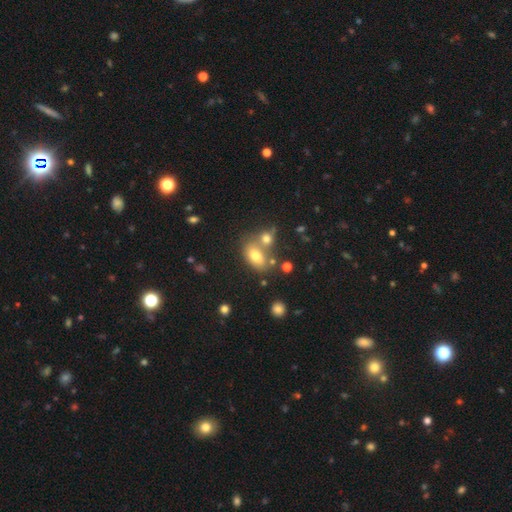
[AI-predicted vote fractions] Smooth or featured? Predicted: smooth (p=0.74). How rounded? Predicted: in between (p=0.85). Merging? Predicted: none (p=0.45).